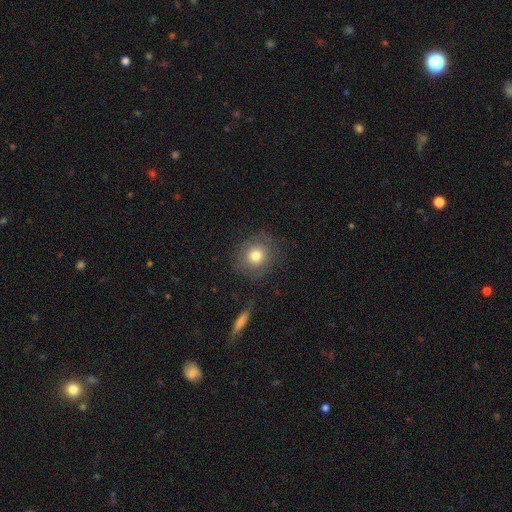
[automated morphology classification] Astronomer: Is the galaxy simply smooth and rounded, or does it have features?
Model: smooth — 69%.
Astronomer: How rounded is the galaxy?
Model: round — 85%.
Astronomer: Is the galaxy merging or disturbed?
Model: none — 78%.